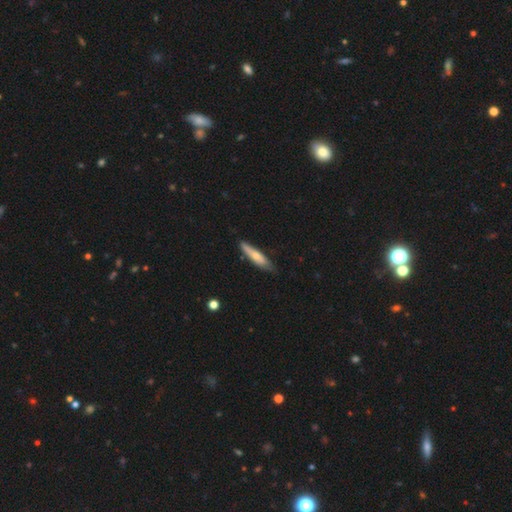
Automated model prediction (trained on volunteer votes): smooth-or-featured: smooth: 61% | featured or disk: 34% | star or artifact: 5%
  how-rounded: cigar-shaped: 82% | in between: 16% | round: 2%
  merging: none: 75% | minor disturbance: 20% | major disturbance: 3% | merger: 2%